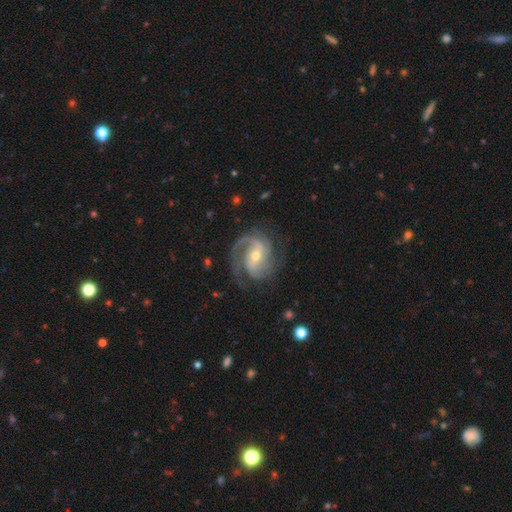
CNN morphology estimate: Smooth or featured? featured or disk (91%)
Edge-on disk? no (98%)
Bar? weak (44%)
Spiral arms? yes (98%)
Spiral winding? medium (50%)
Spiral arm count? 2 (57%)
Bulge size? moderate (50%)
Merging? none (72%)